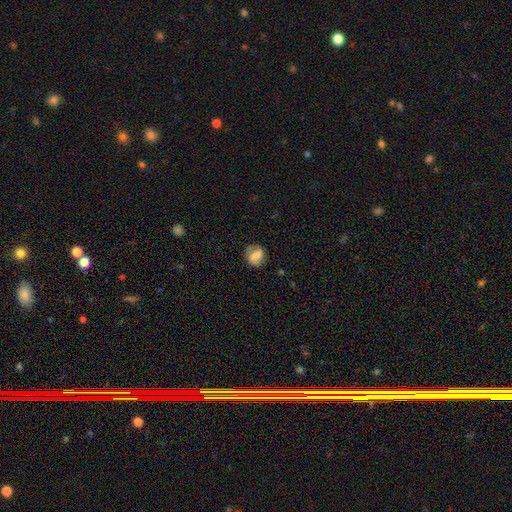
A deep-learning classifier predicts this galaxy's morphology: smooth_or_featured: smooth (p=0.75) [alt: featured or disk p=0.16]
how_rounded: round (p=0.64) [alt: in between p=0.35]
merging: none (p=0.67) [alt: minor disturbance p=0.23]